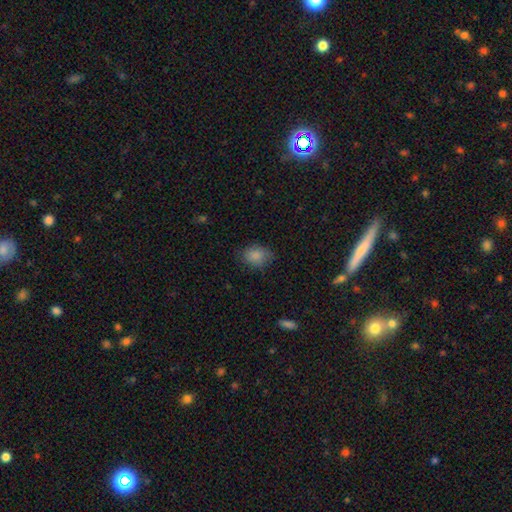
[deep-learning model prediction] Overall: smooth (86%). How rounded: in between (59%; round 40%). Merging: none (76%).